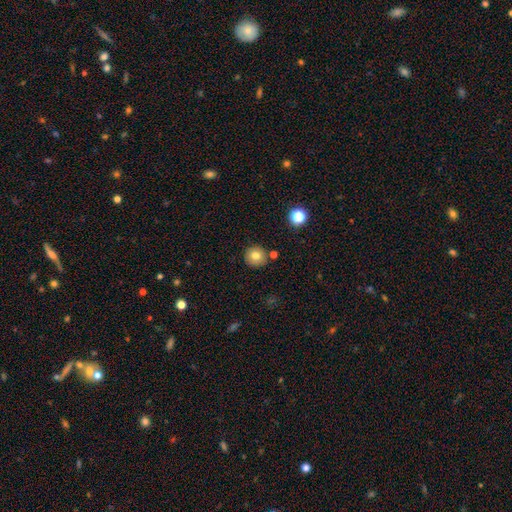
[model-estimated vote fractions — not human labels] smooth-or-featured: smooth: 77% | featured or disk: 12% | star or artifact: 11%
  how-rounded: round: 93% | in between: 6% | cigar-shaped: 1%
  merging: none: 86% | minor disturbance: 8% | merger: 4% | major disturbance: 2%